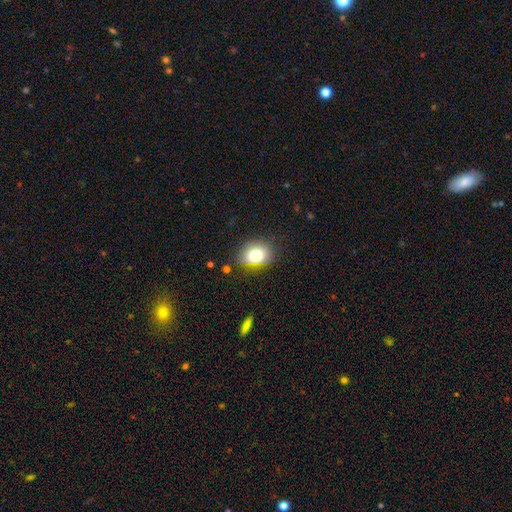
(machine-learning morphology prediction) type=smooth (76%); roundness=in between (56%); merging=none (77%).